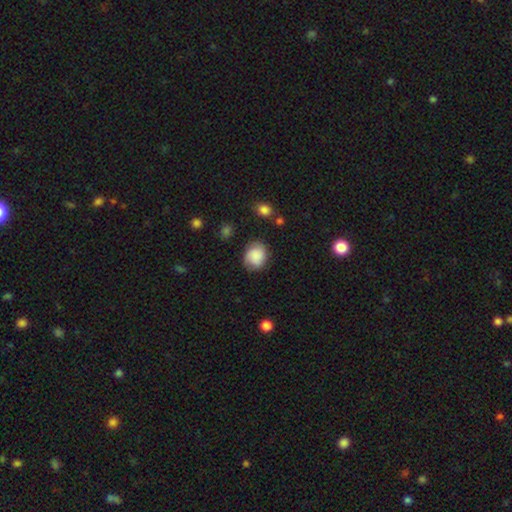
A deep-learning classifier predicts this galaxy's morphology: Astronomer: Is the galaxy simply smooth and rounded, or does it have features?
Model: smooth — 78%.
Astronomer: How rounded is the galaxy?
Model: round — 61% (runner-up: in between, 38%).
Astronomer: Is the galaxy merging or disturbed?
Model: none — 72%.